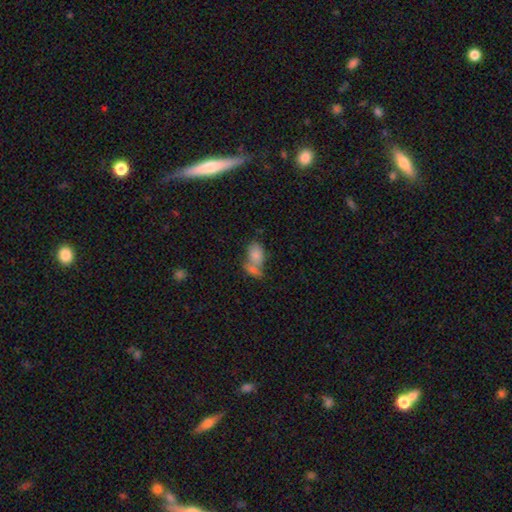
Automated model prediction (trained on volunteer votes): Overall: smooth (78%). How rounded: in between (81%). Merging: merger (56%; none 27%).